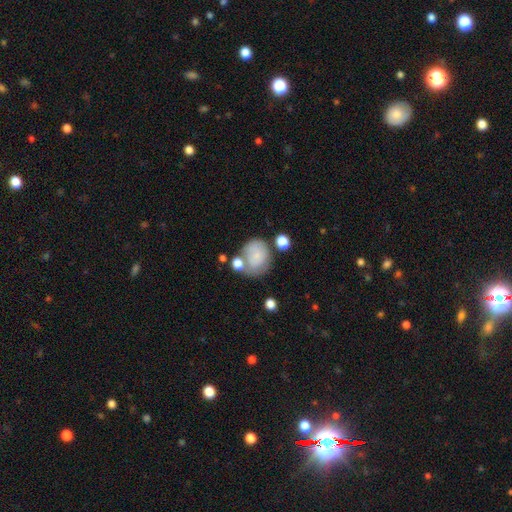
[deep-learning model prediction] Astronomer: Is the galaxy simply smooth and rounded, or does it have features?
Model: smooth — 73%.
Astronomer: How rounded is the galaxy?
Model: round — 56% (runner-up: in between, 43%).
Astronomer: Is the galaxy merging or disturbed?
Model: none — 45% (runner-up: minor disturbance, 22%).